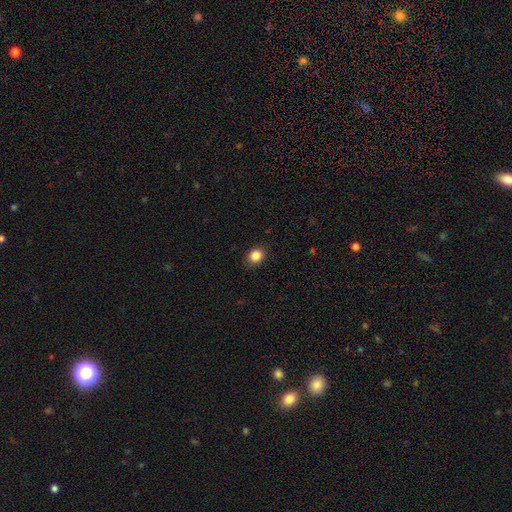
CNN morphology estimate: smooth_or_featured: smooth (p=0.85) [alt: star or artifact p=0.11]
how_rounded: round (p=0.67) [alt: in between p=0.33]
merging: none (p=0.87) [alt: minor disturbance p=0.10]